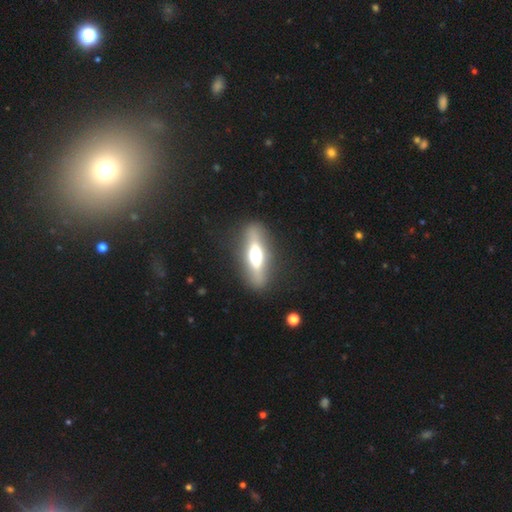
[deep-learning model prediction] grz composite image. It shows a featured or disk galaxy (56%) viewed edge-on (76%). Merging: none (85%).